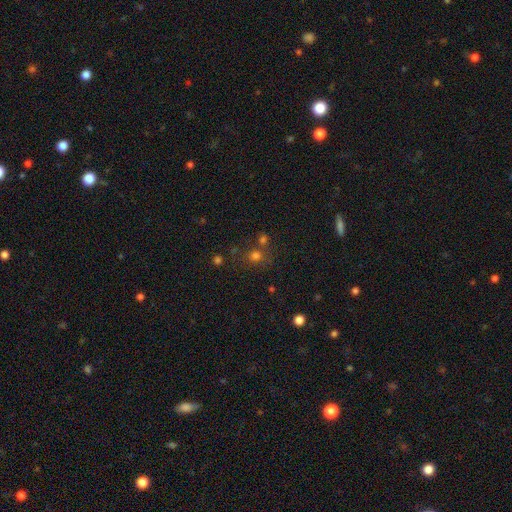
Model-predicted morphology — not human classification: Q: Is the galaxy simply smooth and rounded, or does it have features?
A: smooth — 70%.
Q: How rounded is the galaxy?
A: round — 84%.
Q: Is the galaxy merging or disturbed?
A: none — 65%.